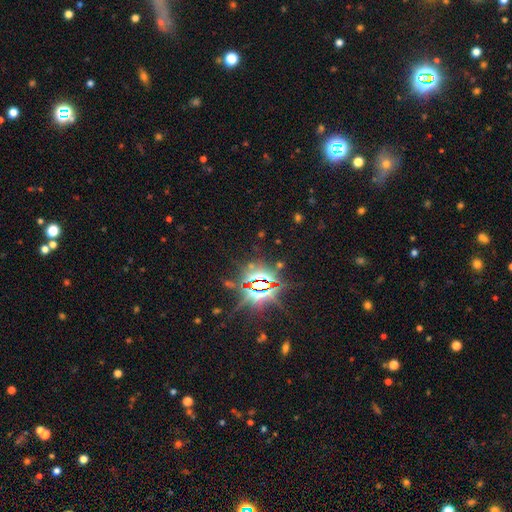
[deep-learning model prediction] This is clearly a star or artifact rather than a galaxy (83%).